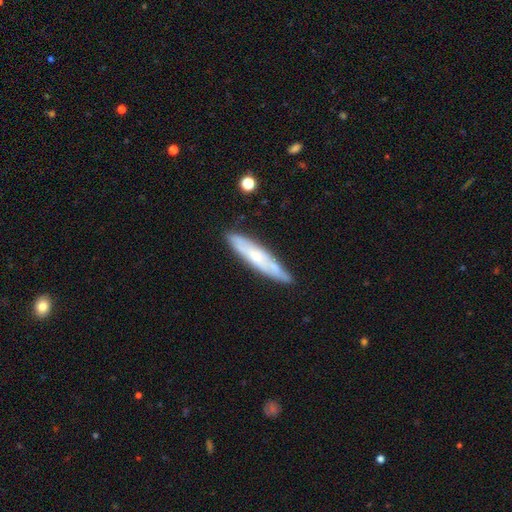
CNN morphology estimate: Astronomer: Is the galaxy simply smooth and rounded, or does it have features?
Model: featured or disk — 50% (runner-up: smooth, 44%).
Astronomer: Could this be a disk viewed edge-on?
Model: yes — 63%.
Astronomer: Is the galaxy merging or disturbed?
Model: none — 80%.